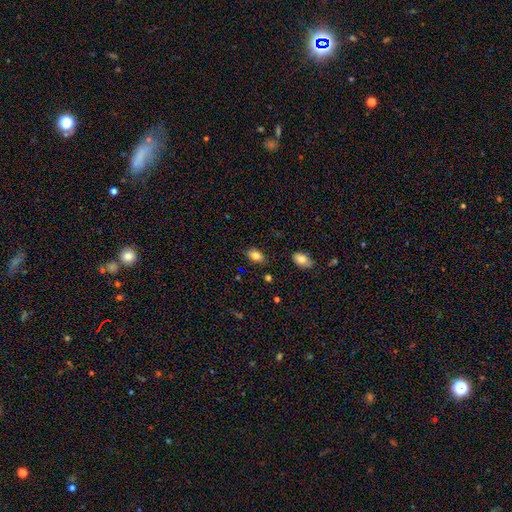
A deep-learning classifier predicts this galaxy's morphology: Overall: smooth (83%). How rounded: in between (87%). Merging: none (84%).